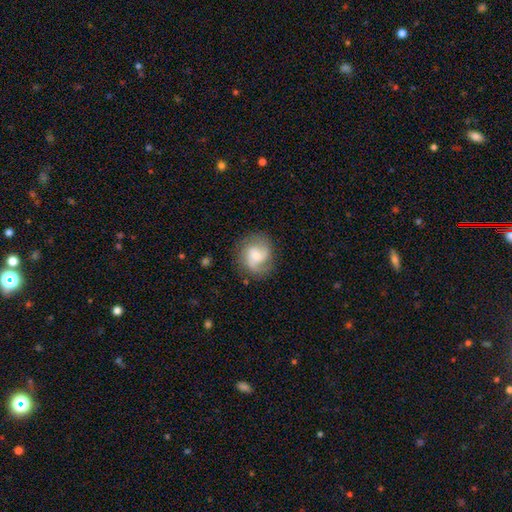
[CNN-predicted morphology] A featured or disk galaxy (67%) with no bar (49%), 2 (53%) medium (48%) spiral arms (94%) and a moderate central bulge (41%).

Vote fractions:
- Smooth or featured? featured or disk: 67% / smooth: 25% / star or artifact: 7%
- Edge-on disk? no: 98% / yes: 2%
- Bar? no: 49% / weak: 43% / strong: 8%
- Spiral arms? yes: 94% / no: 6%
- Spiral winding? medium: 48% / loose: 30% / tight: 22%
- Spiral arm count? 2: 53% / 3: 21% / can't tell: 11% / 1: 8% / 4: 3% / more than 4: 3%
- Bulge size? moderate: 41% / small: 37% / large: 11% / none: 8% / dominant: 2%
- Merging? none: 75% / minor disturbance: 16% / major disturbance: 8% / merger: 1%